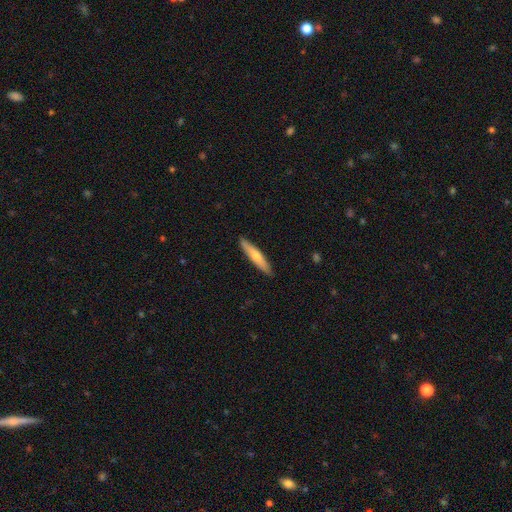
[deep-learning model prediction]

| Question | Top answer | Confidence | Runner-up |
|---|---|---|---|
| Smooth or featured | smooth | 52% | featured or disk (42%) |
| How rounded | cigar-shaped | 90% | in between (9%) |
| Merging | none | 91% | minor disturbance (7%) |